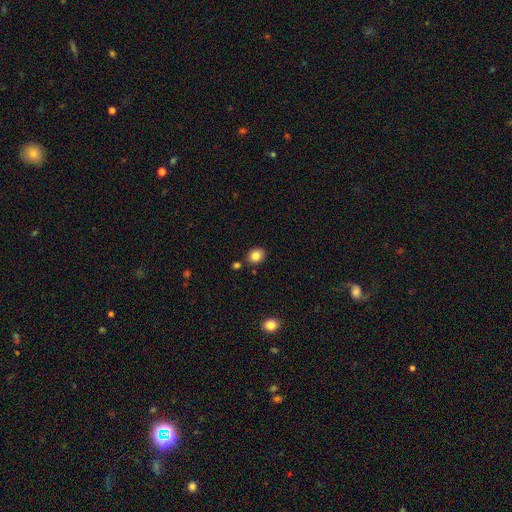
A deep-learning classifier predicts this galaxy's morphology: Smooth or featured? smooth (84%)
How rounded? round (60%)
Merging? none (82%)